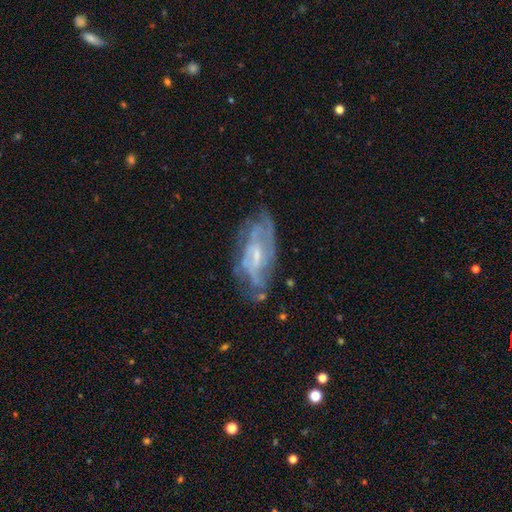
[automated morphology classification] Smooth or featured? featured or disk (77%)
Edge-on disk? no (90%)
Bar? weak (47%)
Spiral arms? yes (78%)
Spiral winding? tight (46%)
Spiral arm count? can't tell (47%)
Bulge size? small (55%)
Merging? none (59%)